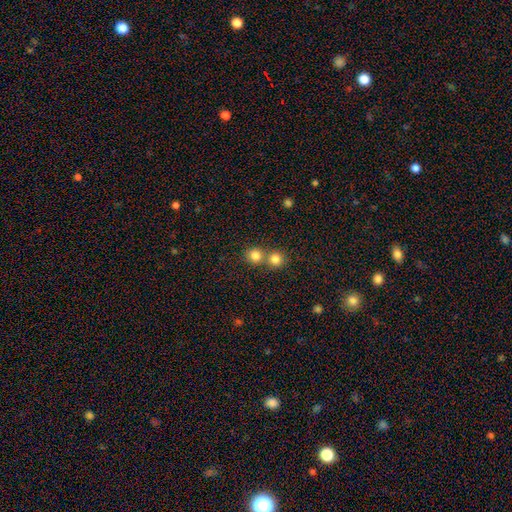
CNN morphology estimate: This is clearly a smooth galaxy (82%). How rounded: clearly round (88%). Merging: possibly none (52%).